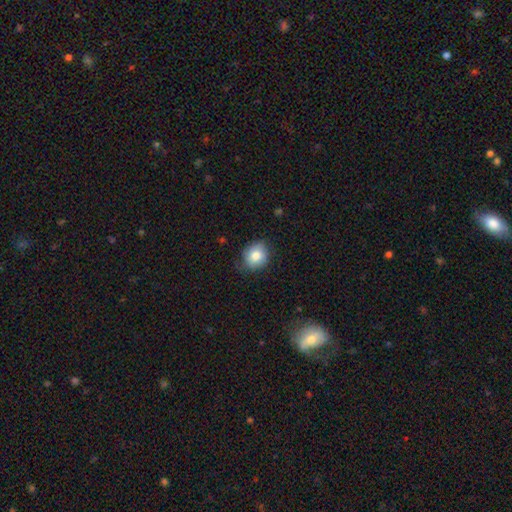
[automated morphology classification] Smooth or featured? smooth (80%)
How rounded? round (75%)
Merging? none (71%)